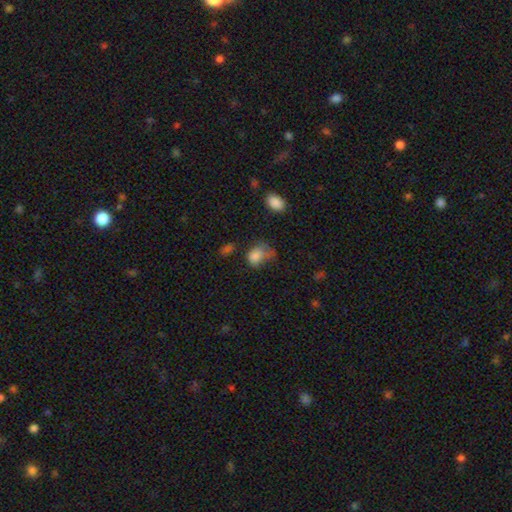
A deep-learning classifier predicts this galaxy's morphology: This is likely a smooth galaxy (78%). How rounded: likely in between (65%). Merging: marginally major disturbance (36%).